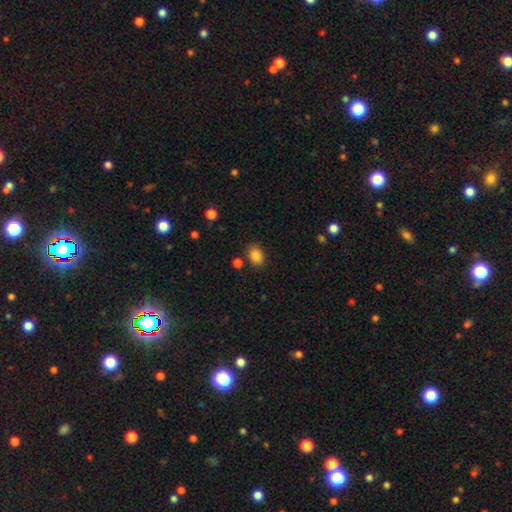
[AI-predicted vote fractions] Smooth or featured: smooth — 86% (star or artifact — 10%)
How rounded: in between — 70% (round — 29%)
Merging: none — 80% (minor disturbance — 12%)